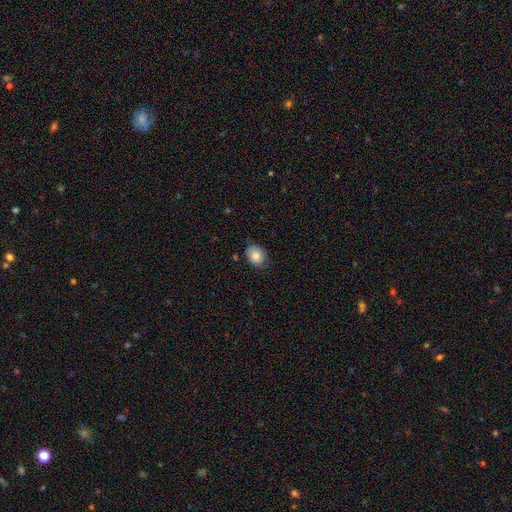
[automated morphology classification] type=smooth (79%); roundness=round (53%); merging=none (77%).